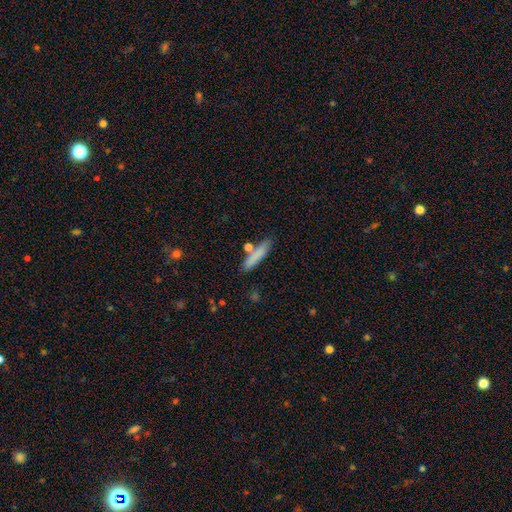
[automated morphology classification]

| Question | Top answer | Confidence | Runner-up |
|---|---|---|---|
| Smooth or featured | smooth | 79% | featured or disk (13%) |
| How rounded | cigar-shaped | 81% | in between (17%) |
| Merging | none | 75% | minor disturbance (13%) |